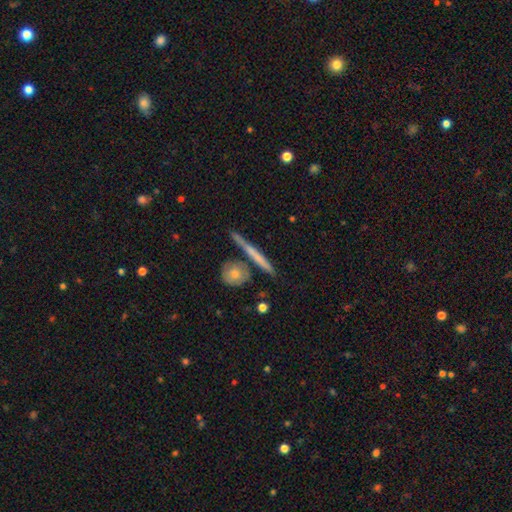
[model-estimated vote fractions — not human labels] The model was most divided on "smooth or featured": featured or disk: 49%, smooth: 44%, star or artifact: 6%. More confident: merging — none (79%).